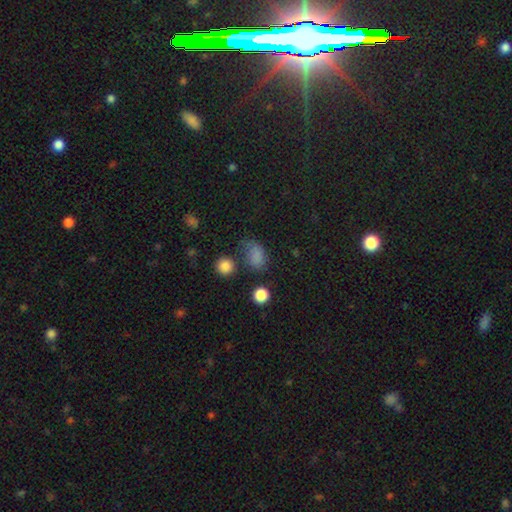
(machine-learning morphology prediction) This is likely a smooth galaxy (77%). How rounded: likely in between (70%). Merging: possibly none (53%).